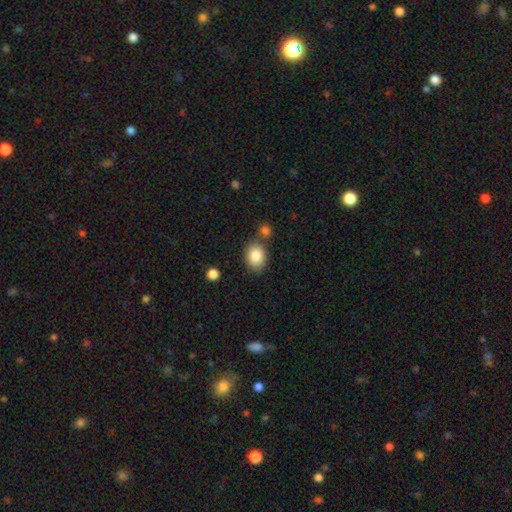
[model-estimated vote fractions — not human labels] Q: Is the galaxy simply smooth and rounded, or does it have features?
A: smooth — 85%.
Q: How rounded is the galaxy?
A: in between — 68%.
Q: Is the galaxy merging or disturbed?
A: none — 72%.